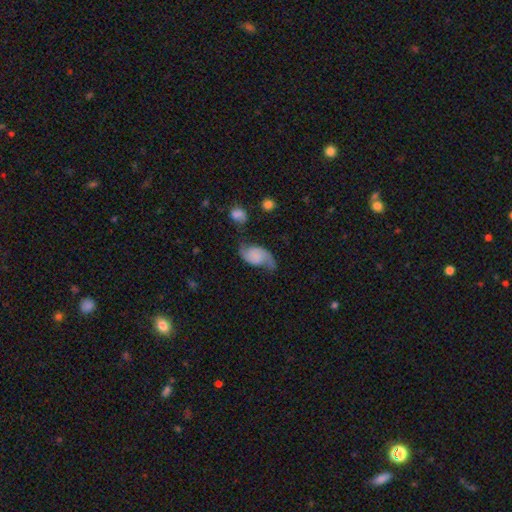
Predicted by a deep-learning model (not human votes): Morphology: type=featured or disk (67%); edge-on=no (97%); bar=no (65%); spiral arms=yes (93%); winding=loose (57%); arm count=2 (89%); bulge=none (58%); merging=none (50%).